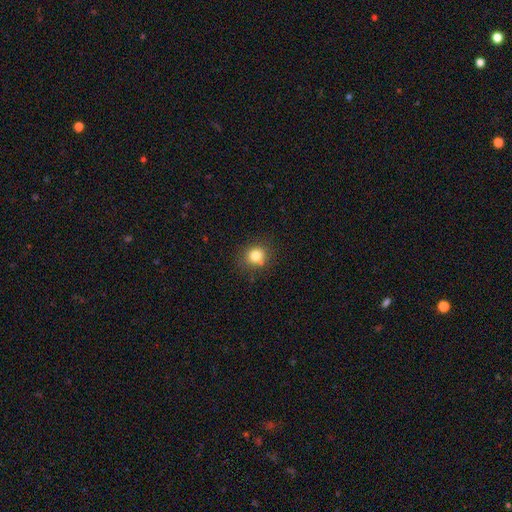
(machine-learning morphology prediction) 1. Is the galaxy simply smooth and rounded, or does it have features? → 79% smooth, 13% star or artifact, 8% featured or disk.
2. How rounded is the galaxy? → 80% round, 19% in between, 1% cigar-shaped.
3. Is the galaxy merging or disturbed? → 75% none, 12% minor disturbance, 9% merger, 3% major disturbance.